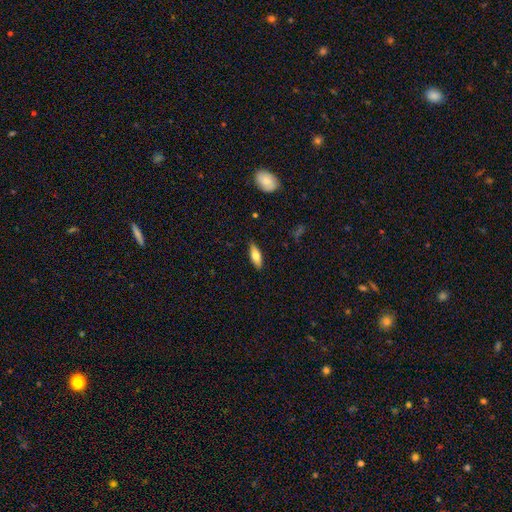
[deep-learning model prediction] This is likely a smooth galaxy (71%). How rounded: likely in between (70%). Merging: clearly none (86%).